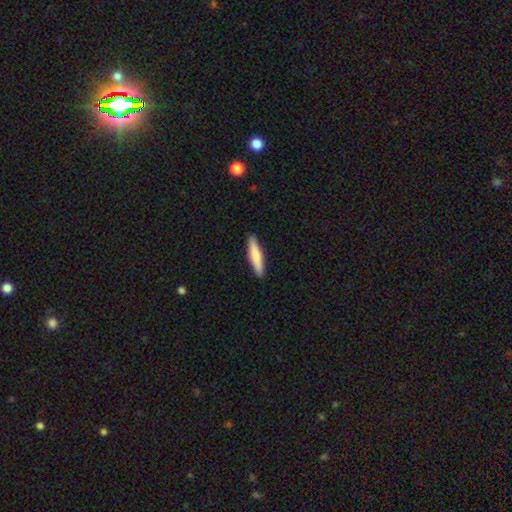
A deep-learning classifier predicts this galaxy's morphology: Q: Smooth or featured?
A: smooth (72%); runner-up: featured or disk (22%)
Q: How rounded?
A: cigar-shaped (88%); runner-up: in between (11%)
Q: Merging?
A: none (91%); runner-up: minor disturbance (7%)